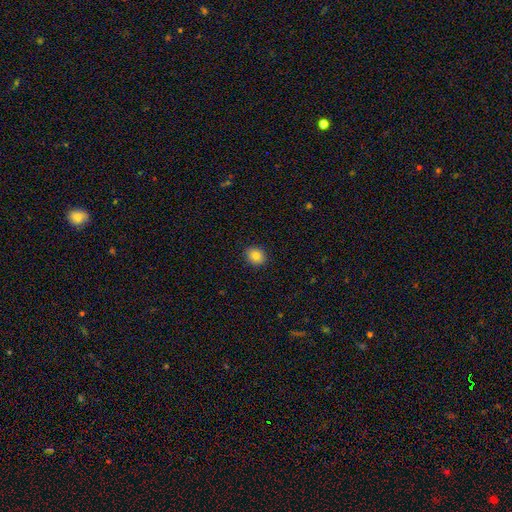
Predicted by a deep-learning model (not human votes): Q: Smooth or featured?
A: smooth (85%); runner-up: star or artifact (10%)
Q: How rounded?
A: round (69%); runner-up: in between (30%)
Q: Merging?
A: none (90%); runner-up: minor disturbance (7%)